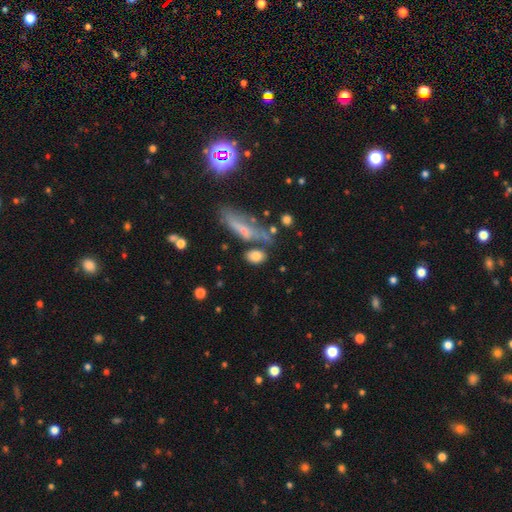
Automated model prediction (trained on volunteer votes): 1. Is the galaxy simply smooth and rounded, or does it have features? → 78% smooth, 14% featured or disk, 8% star or artifact.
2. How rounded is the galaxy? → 73% in between, 20% round, 8% cigar-shaped.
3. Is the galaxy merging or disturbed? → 58% none, 17% merger, 17% minor disturbance, 8% major disturbance.